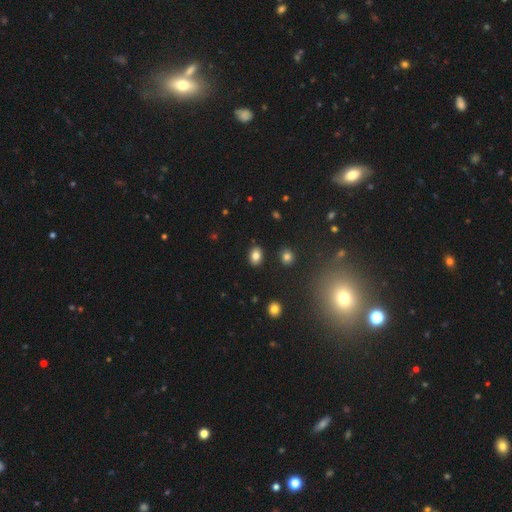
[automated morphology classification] Smooth or featured? smooth (83%)
How rounded? in between (68%)
Merging? none (88%)